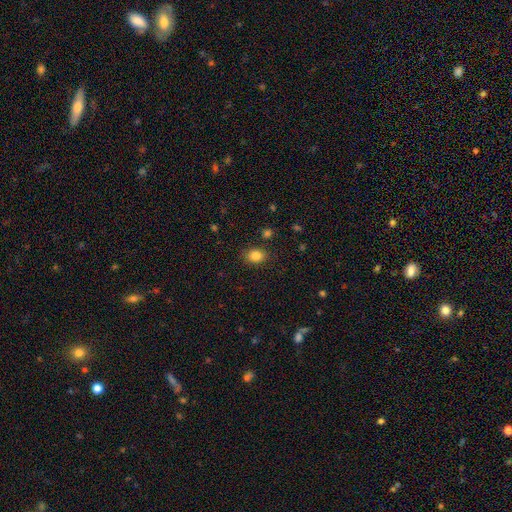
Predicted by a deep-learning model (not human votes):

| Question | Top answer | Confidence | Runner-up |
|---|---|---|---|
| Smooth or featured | smooth | 84% | star or artifact (11%) |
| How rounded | in between | 60% | round (39%) |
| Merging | none | 85% | minor disturbance (10%) |